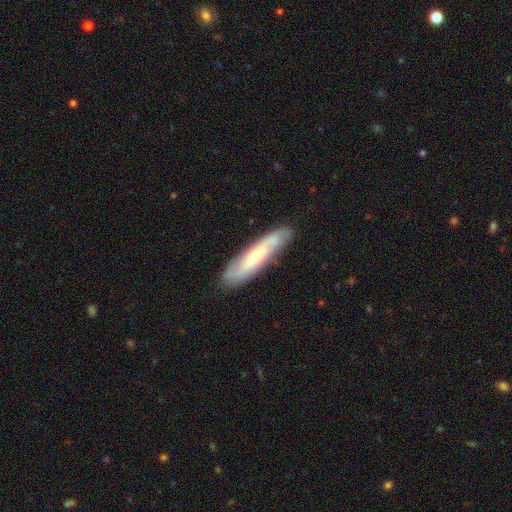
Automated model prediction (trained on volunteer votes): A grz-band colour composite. It shows a featured or disk galaxy (55%). Merging: none (82%).